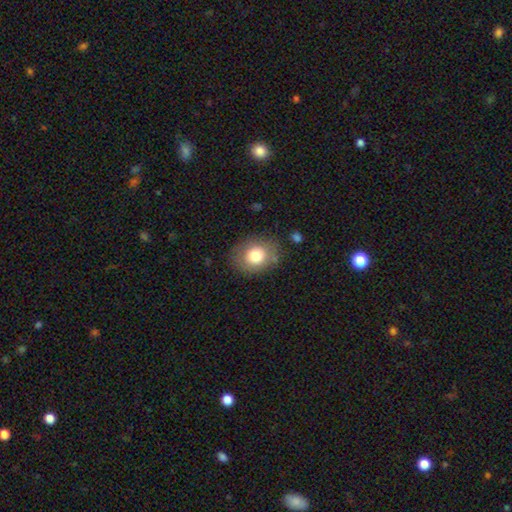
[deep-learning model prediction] A smooth galaxy with no disk features (77%) that is round (58%). Merging: none (79%).